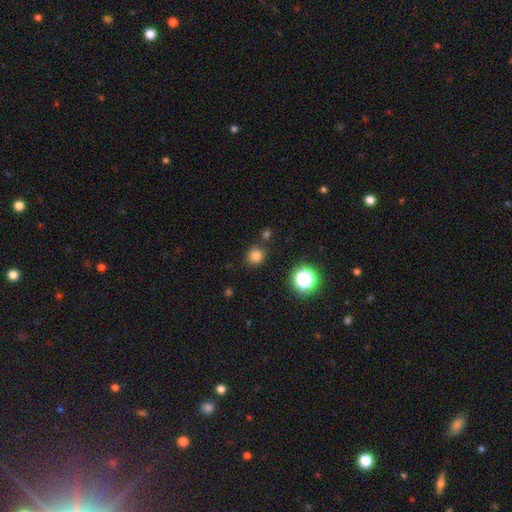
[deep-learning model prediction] Q: Smooth or featured?
A: smooth (79%); runner-up: star or artifact (16%)
Q: How rounded?
A: round (86%); runner-up: in between (13%)
Q: Merging?
A: none (83%); runner-up: minor disturbance (9%)